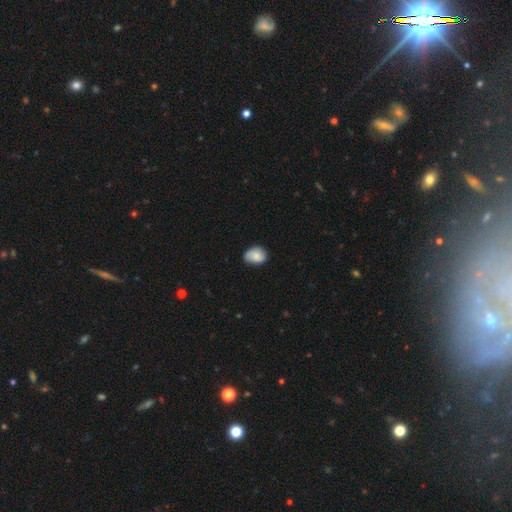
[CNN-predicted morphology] This is likely a smooth galaxy (78%). How rounded: likely in between (71%). Merging: likely none (69%).